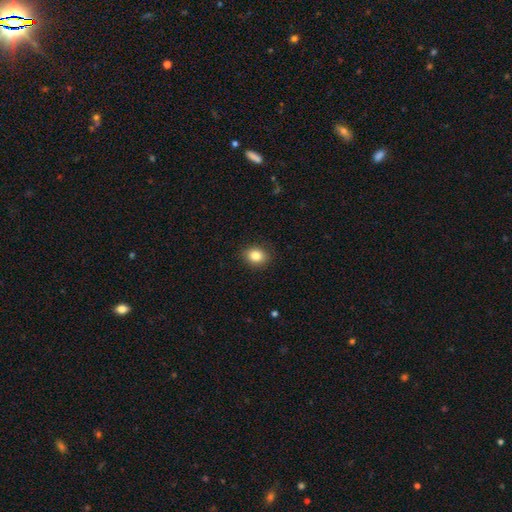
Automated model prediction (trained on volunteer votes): This is clearly a smooth galaxy (84%). How rounded: possibly round (55%). Merging: clearly none (89%).